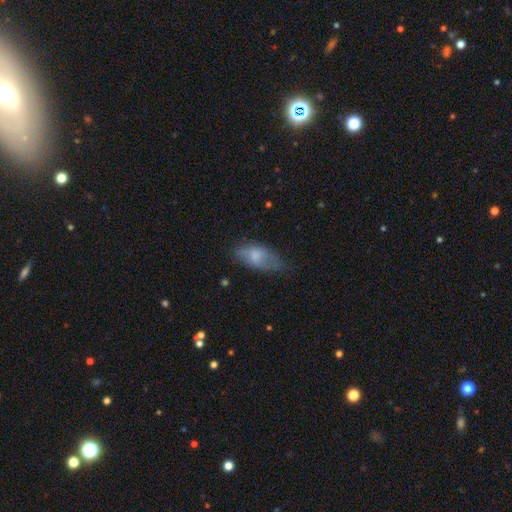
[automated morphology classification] Overall: smooth (67%). How rounded: in between (89%). Merging: none (50%; minor disturbance 33%).